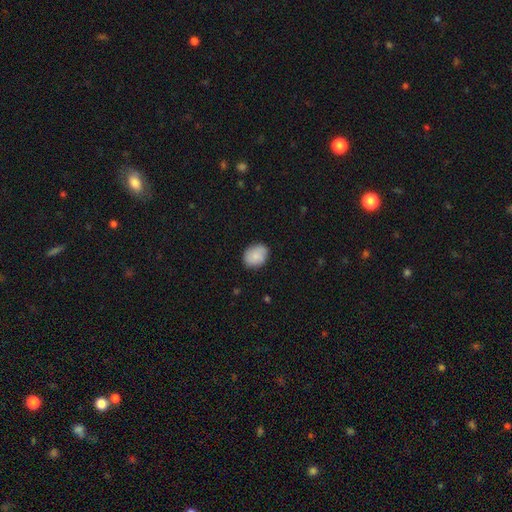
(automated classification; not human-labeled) The model was most divided on "how rounded": in between: 61%, round: 38%, cigar-shaped: 1%. More confident: smooth or featured — smooth (84%); merging — none (80%).